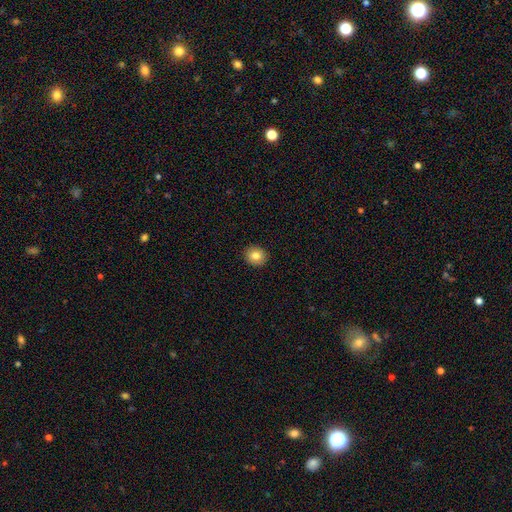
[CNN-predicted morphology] type=smooth (82%); roundness=round (80%); merging=none (92%).